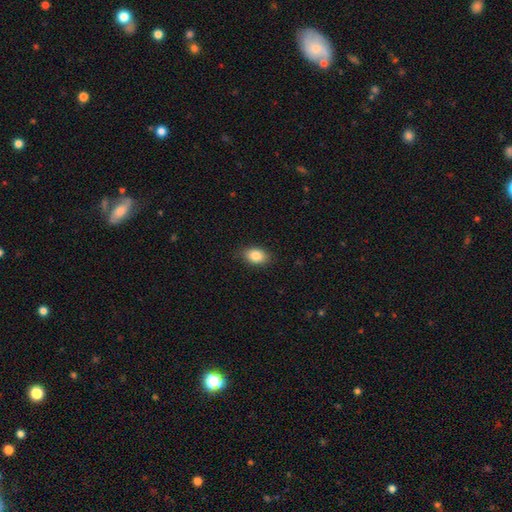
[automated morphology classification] A smooth galaxy with no disk features (85%) that is in between round and cigar-shaped (85%).

Vote fractions:
- Smooth or featured? smooth: 85% / star or artifact: 8% / featured or disk: 7%
- How rounded? in between: 85% / round: 13% / cigar-shaped: 2%
- Merging? none: 86% / minor disturbance: 11% / major disturbance: 2% / merger: 1%